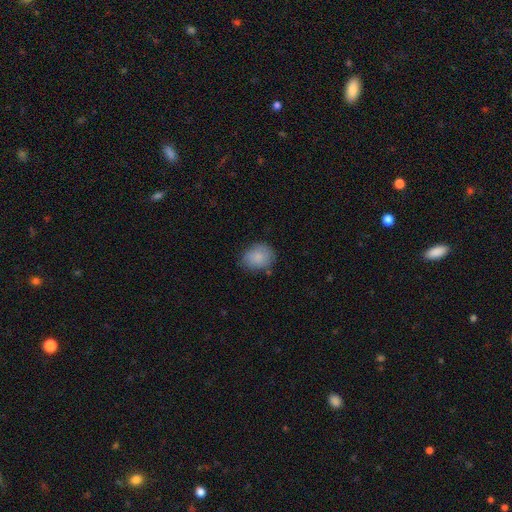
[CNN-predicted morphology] Overall: smooth (84%). How rounded: in between (54%; round 45%). Merging: none (74%).